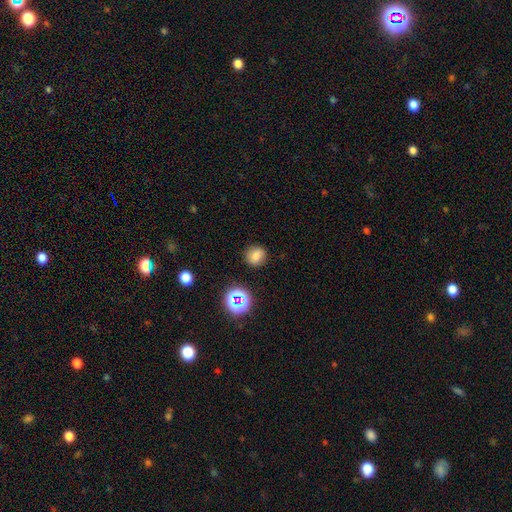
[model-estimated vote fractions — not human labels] This is likely a smooth galaxy (76%). How rounded: clearly round (84%). Merging: clearly none (86%).